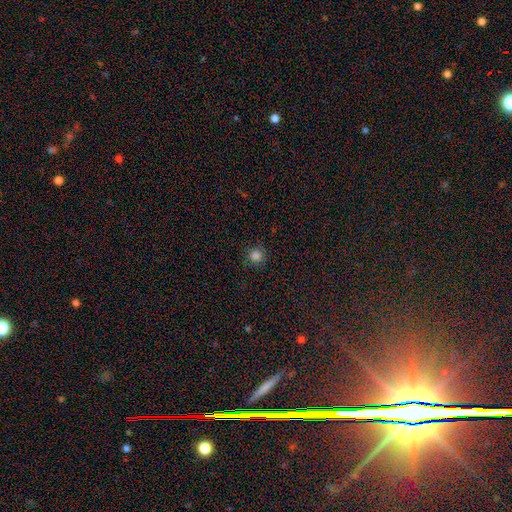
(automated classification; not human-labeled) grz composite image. It shows a smooth galaxy with no disk features (83%) that is round (94%). Merging: none (88%).